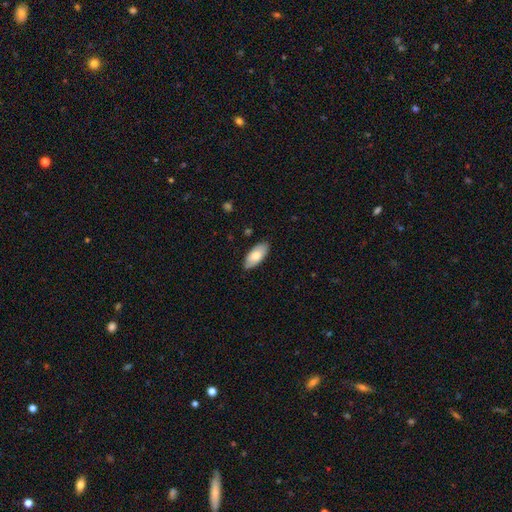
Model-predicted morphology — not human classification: Smooth or featured? Predicted: smooth (p=0.75). How rounded? Predicted: in between (p=0.90). Merging? Predicted: none (p=0.82).